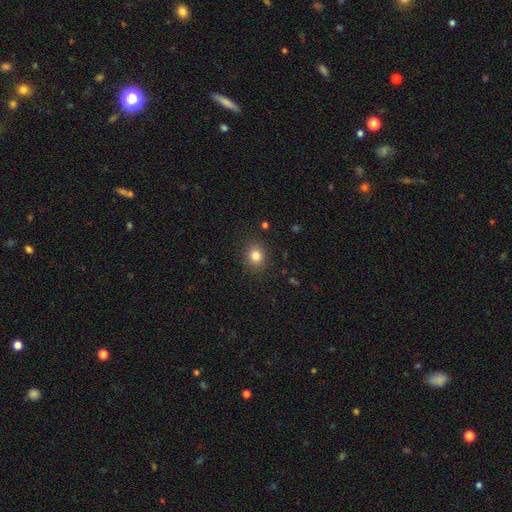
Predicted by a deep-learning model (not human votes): Morphology: type=smooth (81%); roundness=round (68%); merging=none (88%).